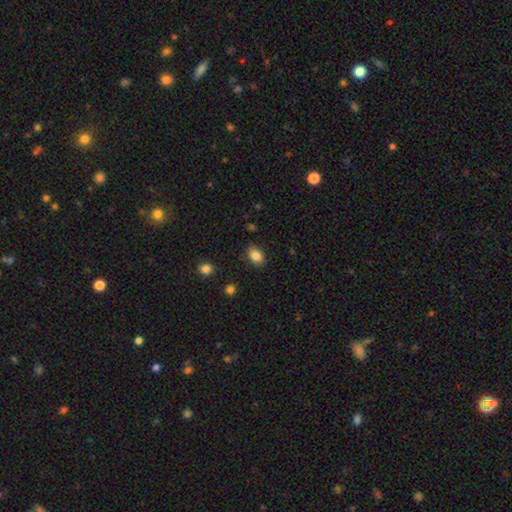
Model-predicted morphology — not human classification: Smooth or featured? Predicted: smooth (p=0.86). How rounded? Predicted: in between (p=0.81). Merging? Predicted: none (p=0.85).